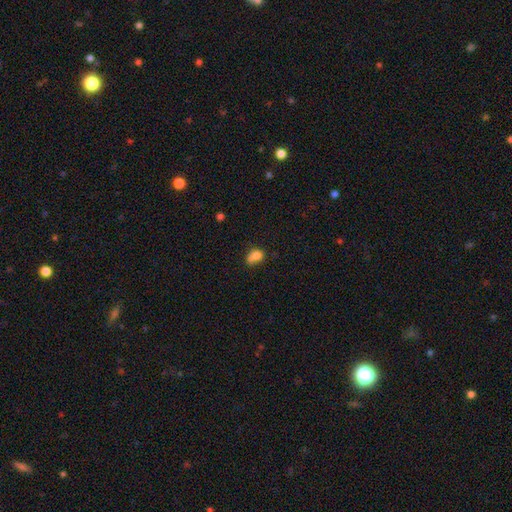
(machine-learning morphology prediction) Smooth or featured? smooth (75%)
How rounded? in between (52%)
Merging? merger (38%)